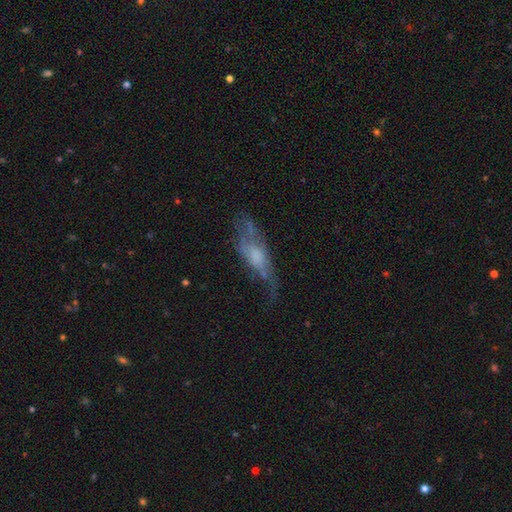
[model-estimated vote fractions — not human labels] Smooth or featured? Predicted: featured or disk (p=0.55). Edge-on disk? Predicted: no (p=0.69). Merging? Predicted: none (p=0.38).